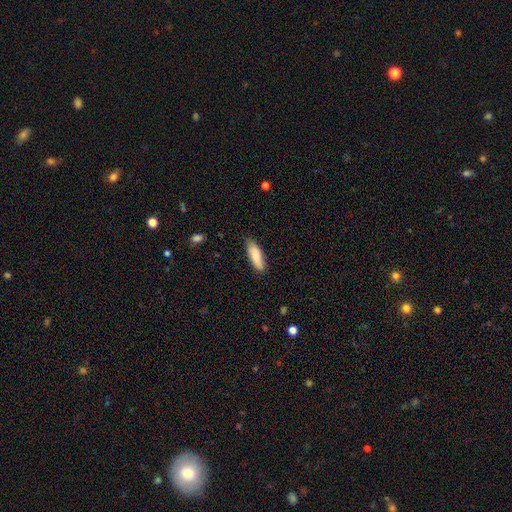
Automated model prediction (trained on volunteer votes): A smooth galaxy with no disk features (84%) that is in between round and cigar-shaped (57%). Merging: none (82%).